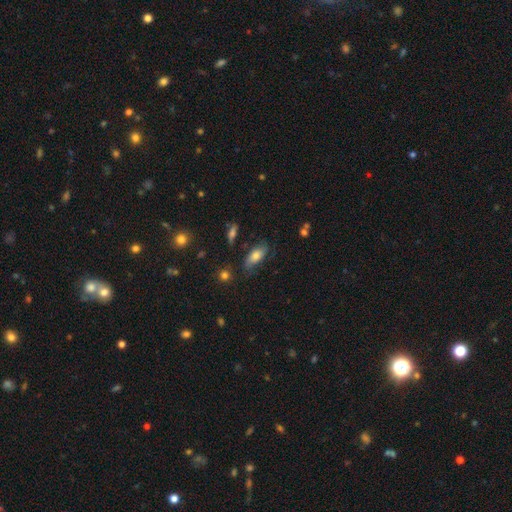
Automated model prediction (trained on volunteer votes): Smooth or featured?
  - smooth: 71% *
  - featured or disk: 21%
  - star or artifact: 8%
How rounded?
  - in between: 83% *
  - cigar-shaped: 14%
  - round: 3%
Merging?
  - none: 70% *
  - minor disturbance: 21%
  - major disturbance: 6%
  - merger: 3%